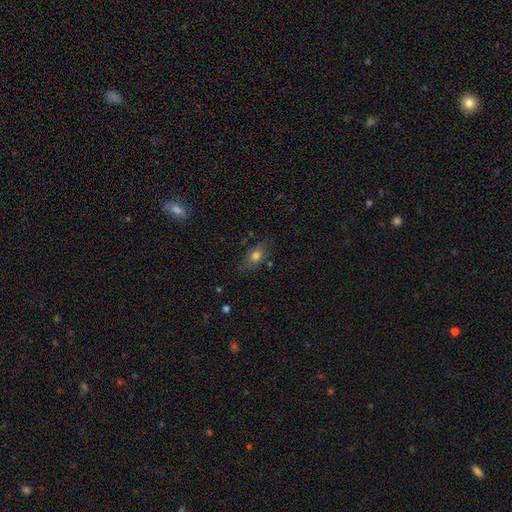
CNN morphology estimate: Smooth or featured?
  - smooth: 71% *
  - featured or disk: 19%
  - star or artifact: 10%
How rounded?
  - in between: 76% *
  - round: 17%
  - cigar-shaped: 7%
Merging?
  - none: 75% *
  - minor disturbance: 18%
  - major disturbance: 5%
  - merger: 2%